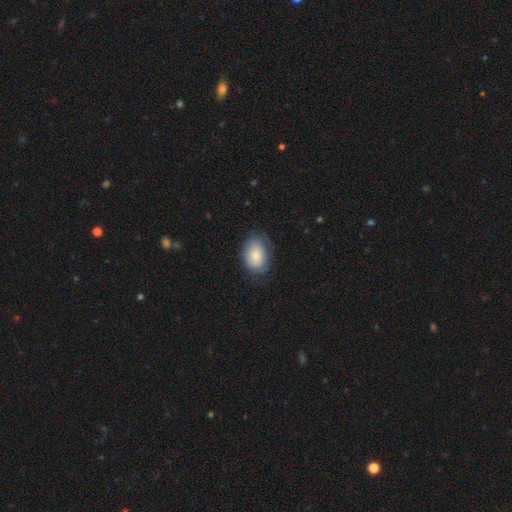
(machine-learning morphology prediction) Q: Smooth or featured?
A: smooth (73%); runner-up: featured or disk (20%)
Q: How rounded?
A: in between (82%); runner-up: round (16%)
Q: Merging?
A: none (66%); runner-up: minor disturbance (24%)